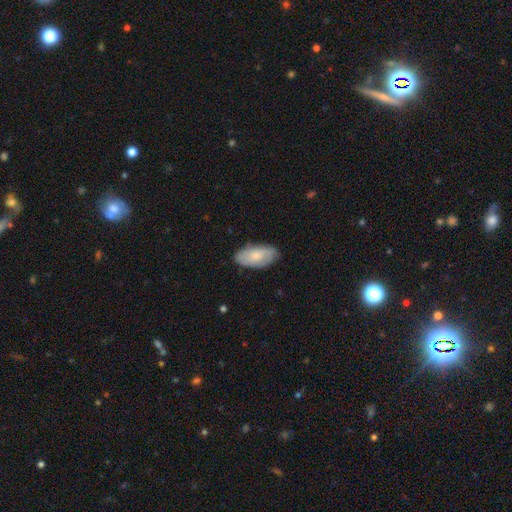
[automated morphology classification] type=smooth (55%); roundness=in between (94%); merging=none (80%).